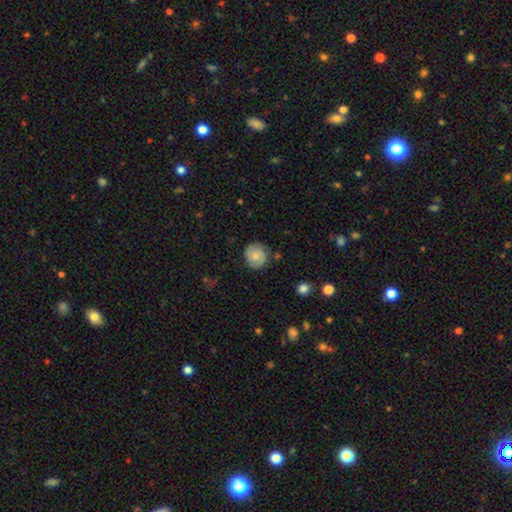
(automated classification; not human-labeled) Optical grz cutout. It shows a smooth galaxy with no disk features (47%). Merging: none (82%).